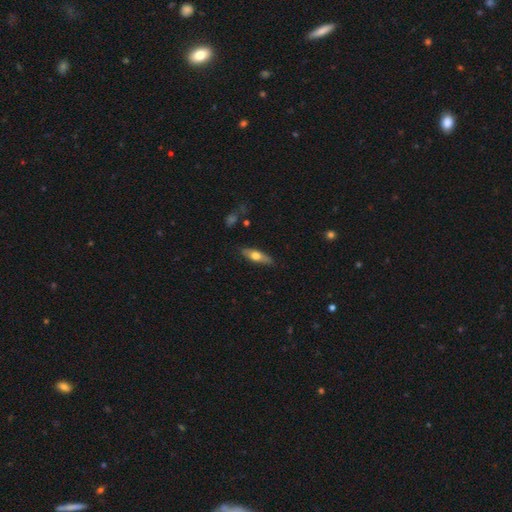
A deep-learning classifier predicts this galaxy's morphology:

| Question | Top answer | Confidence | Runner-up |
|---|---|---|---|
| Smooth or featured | smooth | 58% | featured or disk (36%) |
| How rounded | cigar-shaped | 51% | in between (46%) |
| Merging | none | 83% | minor disturbance (14%) |